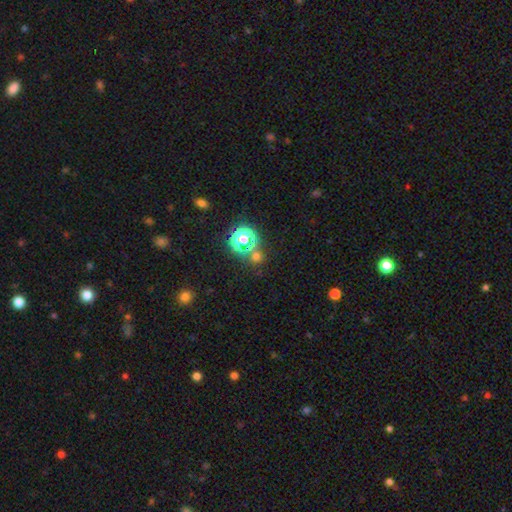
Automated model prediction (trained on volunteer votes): Overall: smooth (49%; star or artifact 44%). Merging: none (72%).